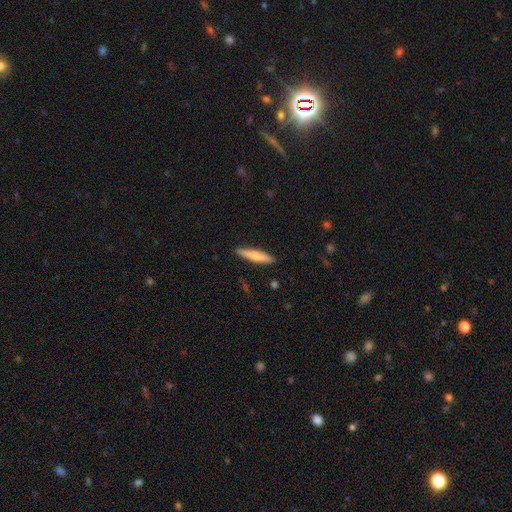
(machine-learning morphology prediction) The model was most divided on "smooth or featured": smooth: 67%, featured or disk: 28%, star or artifact: 5%. More confident: merging — none (90%); how rounded — cigar-shaped (87%).